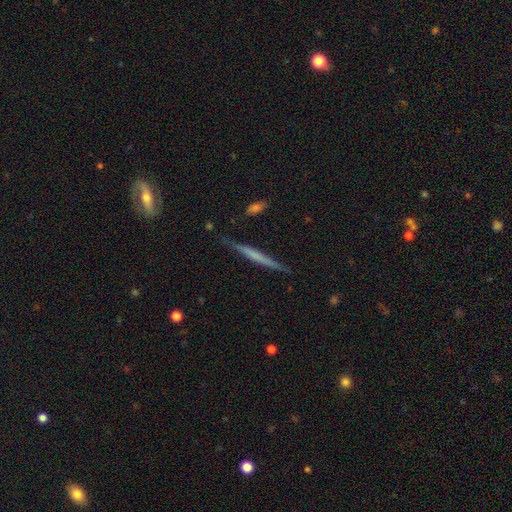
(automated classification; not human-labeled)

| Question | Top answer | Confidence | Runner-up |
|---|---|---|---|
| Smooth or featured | featured or disk | 54% | smooth (40%) |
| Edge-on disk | yes | 97% | no (3%) |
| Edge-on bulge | none | 75% | rounded (14%) |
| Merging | none | 85% | minor disturbance (11%) |